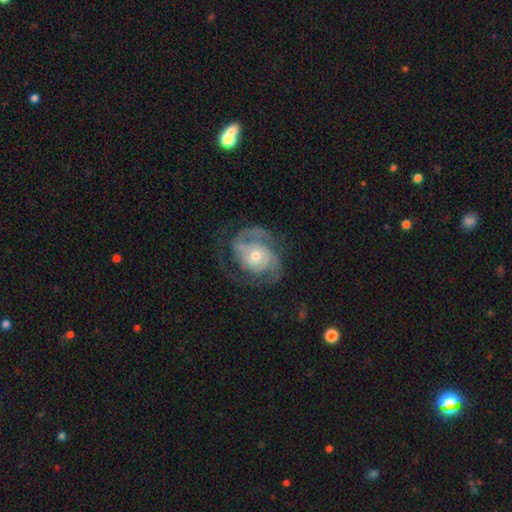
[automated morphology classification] Overall: featured or disk (84%). Edge-on disk: no (97%). Bar: no (72%). Spiral arms: yes (94%). Spiral arm count: 2 (60%). Spiral winding: tight (47%; medium 40%). Bulge size: moderate (52%; small 42%). Merging: none (62%).